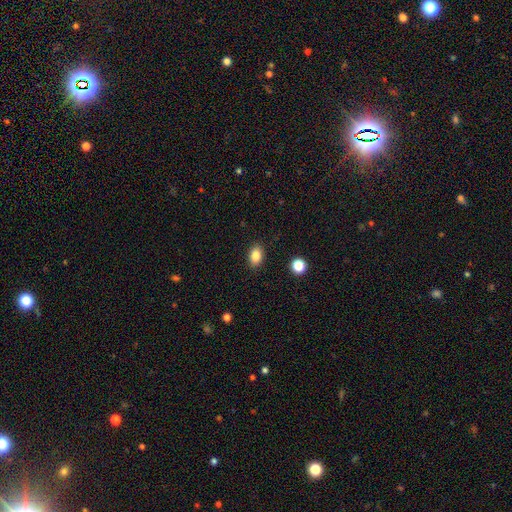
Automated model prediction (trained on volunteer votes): Morphology: type=smooth (85%); roundness=in between (84%); merging=none (89%).